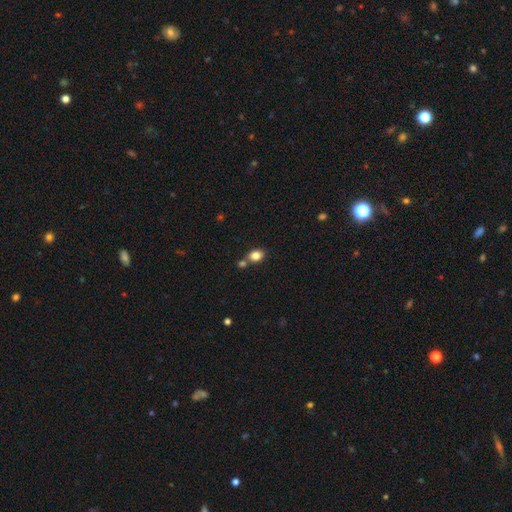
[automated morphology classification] Smooth or featured? smooth (83%)
How rounded? in between (55%)
Merging? none (65%)